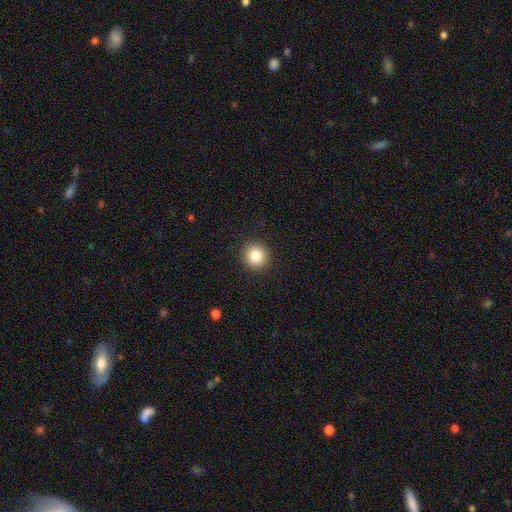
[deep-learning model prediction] smooth-or-featured: smooth: 85% | star or artifact: 10% | featured or disk: 6%
  how-rounded: round: 90% | in between: 10% | cigar-shaped: 1%
  merging: none: 91% | minor disturbance: 6% | major disturbance: 2% | merger: 1%